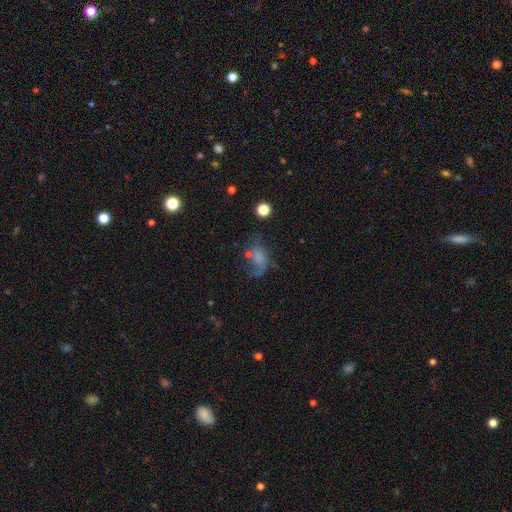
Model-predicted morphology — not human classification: Smooth or featured? featured or disk (39%)
Merging? none (36%)